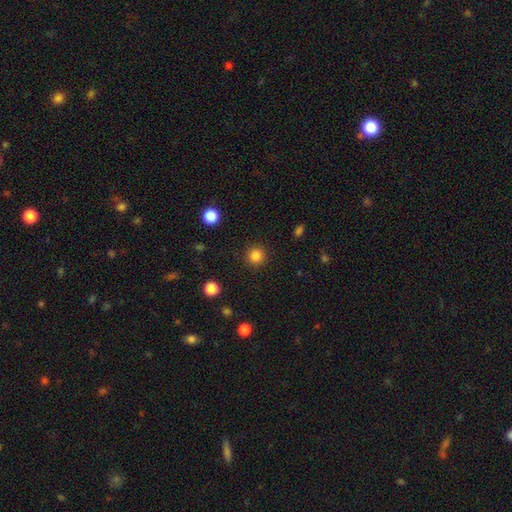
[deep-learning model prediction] This appears to be a smooth galaxy with no disk features (83%) that is round (95%). Merging: none (91%).